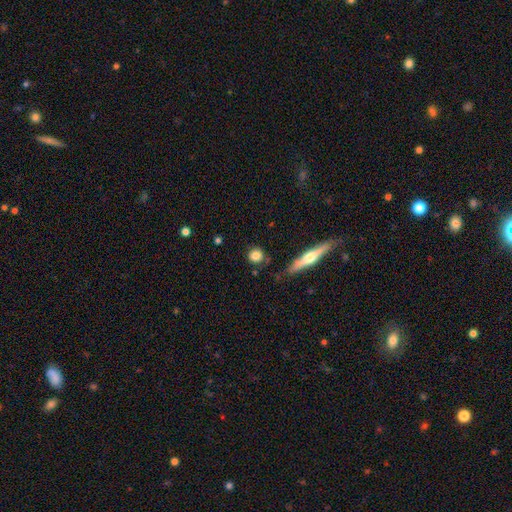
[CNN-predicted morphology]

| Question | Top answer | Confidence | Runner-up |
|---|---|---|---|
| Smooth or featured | smooth | 80% | featured or disk (12%) |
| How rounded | round | 84% | in between (12%) |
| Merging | none | 83% | minor disturbance (11%) |